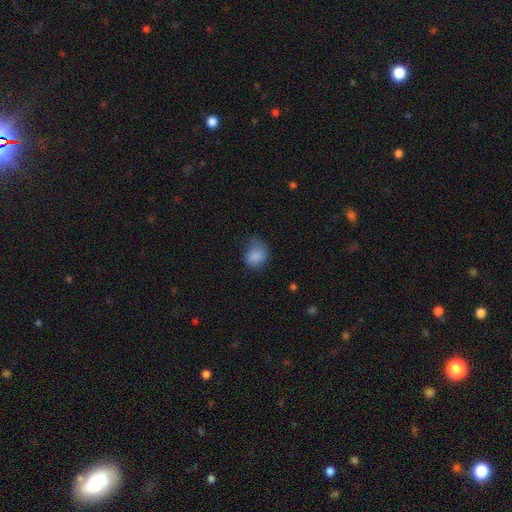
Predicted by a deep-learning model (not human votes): A smooth galaxy with no disk features (83%) that is round (53%).

Vote fractions:
- Smooth or featured? smooth: 83% / star or artifact: 9% / featured or disk: 8%
- How rounded? round: 53% / in between: 46% / cigar-shaped: 1%
- Merging? none: 51% / minor disturbance: 33% / major disturbance: 14% / merger: 2%